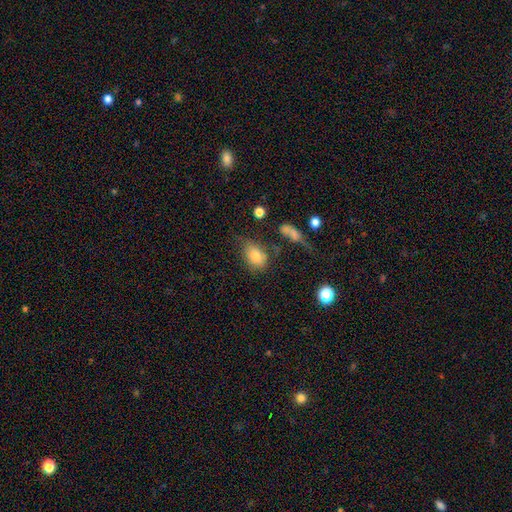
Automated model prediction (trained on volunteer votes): The model was most divided on "merging": none: 55%, minor disturbance: 25%, major disturbance: 12%, merger: 8%. More confident: smooth or featured — smooth (79%); how rounded — in between (77%).